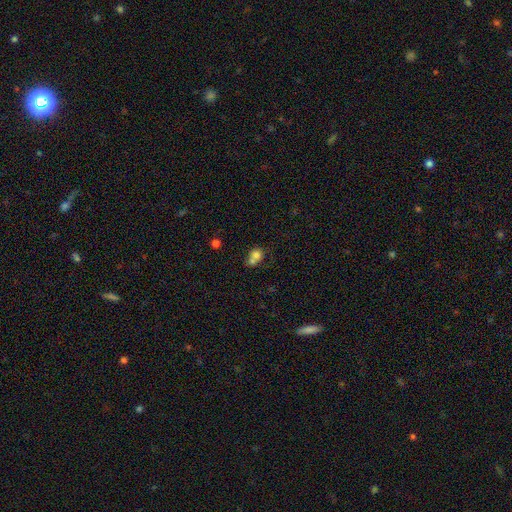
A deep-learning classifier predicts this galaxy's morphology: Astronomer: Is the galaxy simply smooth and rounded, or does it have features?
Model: smooth — 74%.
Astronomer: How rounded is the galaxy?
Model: round — 67%.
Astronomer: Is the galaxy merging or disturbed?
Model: merger — 57%.